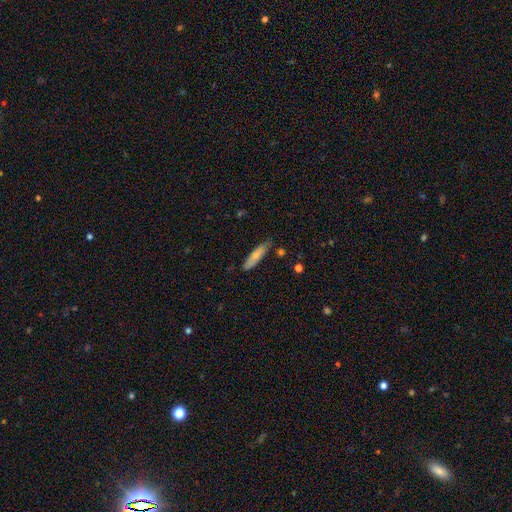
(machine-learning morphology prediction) type=smooth (73%); roundness=cigar-shaped (74%); merging=none (74%).